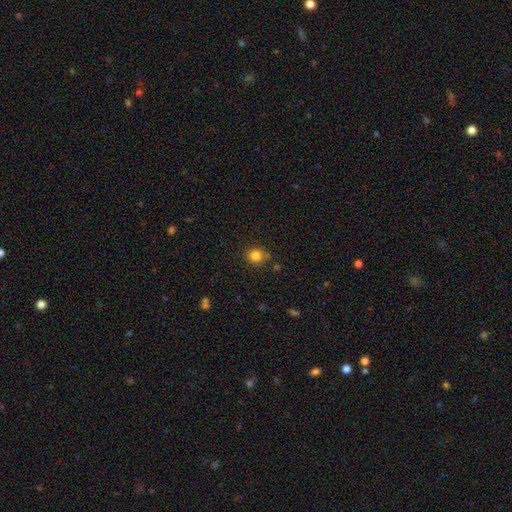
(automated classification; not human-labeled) Overall: smooth (82%). How rounded: round (86%). Merging: none (82%).